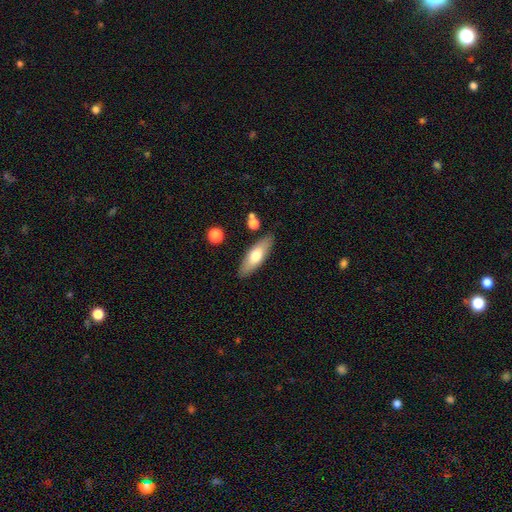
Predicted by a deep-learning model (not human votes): A smooth galaxy with no disk features (64%) that is in between round and cigar-shaped (57%). Merging: none (85%).